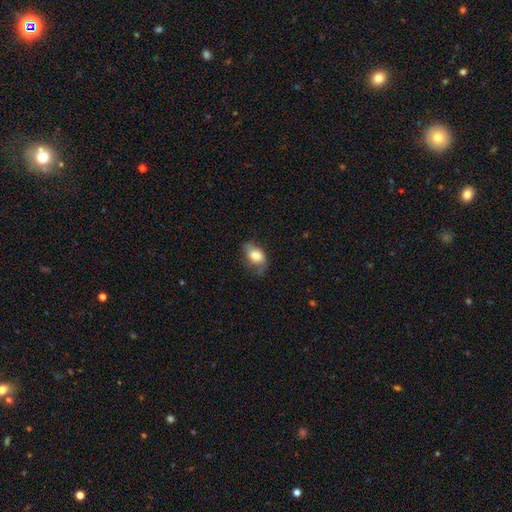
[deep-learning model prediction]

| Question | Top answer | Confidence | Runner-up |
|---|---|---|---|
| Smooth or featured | smooth | 73% | featured or disk (19%) |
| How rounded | in between | 83% | round (15%) |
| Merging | none | 49% | minor disturbance (33%) |